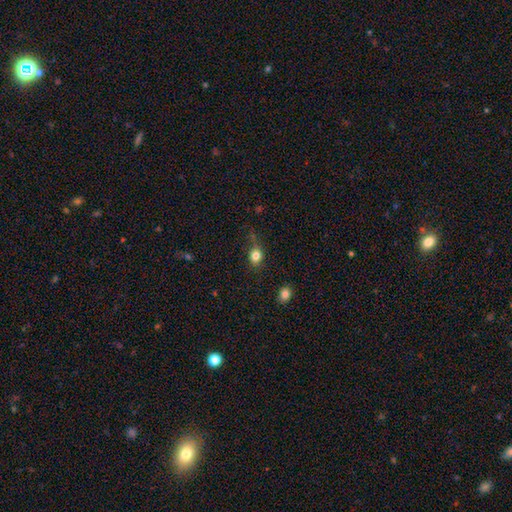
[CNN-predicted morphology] smooth 82%, star or artifact 11%, featured or disk 7%. Down the decision tree: how rounded — round (57%); merging — none (66%).